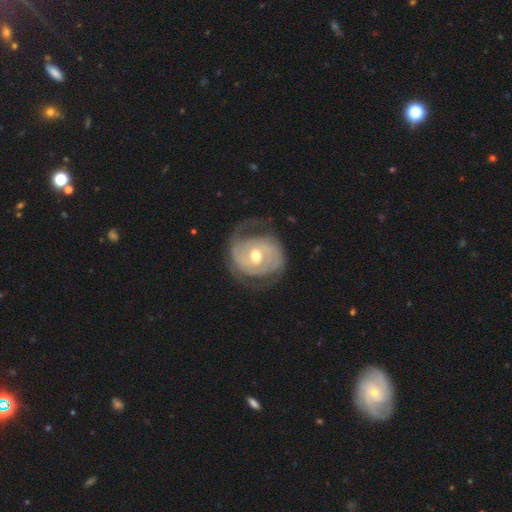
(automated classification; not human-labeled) Smooth or featured? featured or disk (83%)
Edge-on disk? no (97%)
Bar? no (53%)
Spiral arms? yes (90%)
Spiral winding? tight (50%)
Spiral arm count? 2 (63%)
Bulge size? moderate (73%)
Merging? none (63%)